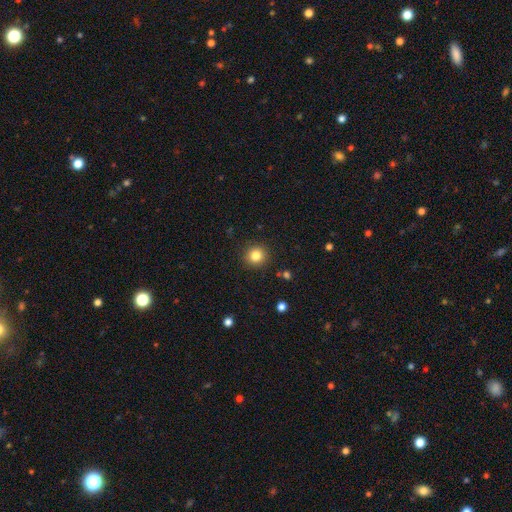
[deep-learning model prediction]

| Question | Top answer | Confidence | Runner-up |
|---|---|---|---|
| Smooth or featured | smooth | 83% | star or artifact (11%) |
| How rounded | round | 93% | in between (6%) |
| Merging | none | 90% | minor disturbance (6%) |